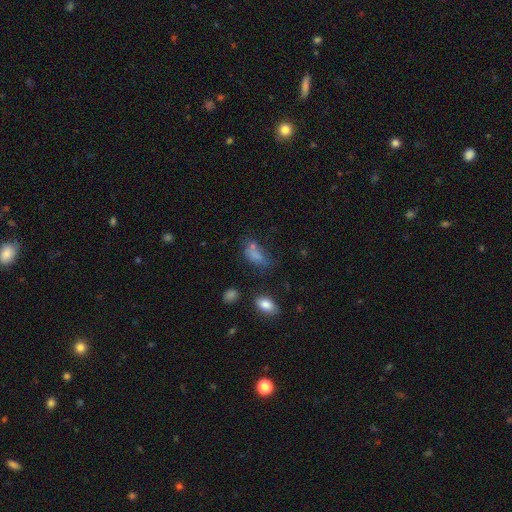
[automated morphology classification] A smooth galaxy with no disk features (72%) that is in between round and cigar-shaped (84%). Merging: none (36%).